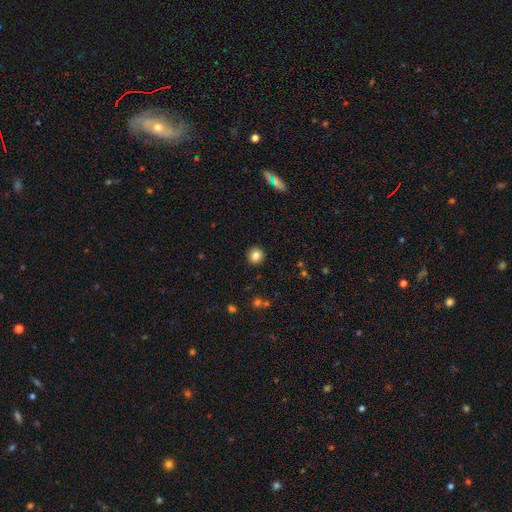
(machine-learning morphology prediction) smooth 84%, star or artifact 10%, featured or disk 6%. Down the decision tree: how rounded — round (92%); merging — none (92%).